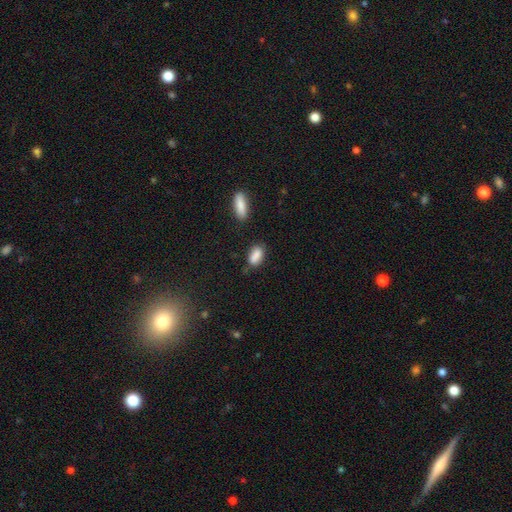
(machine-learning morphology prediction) smooth 86%, star or artifact 8%, featured or disk 6%. Down the decision tree: how rounded — in between (86%); merging — none (69%).